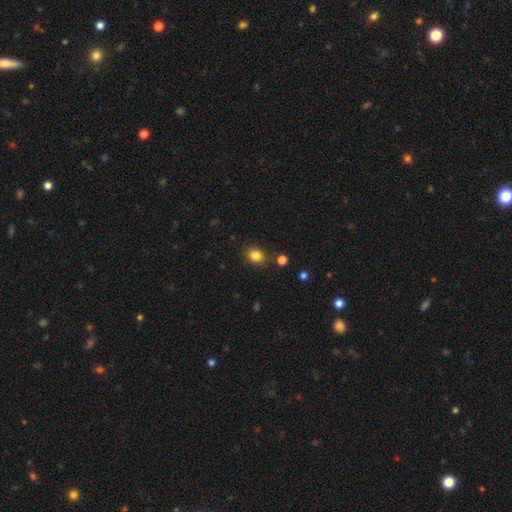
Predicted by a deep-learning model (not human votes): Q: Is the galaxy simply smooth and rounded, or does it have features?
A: smooth — 83%.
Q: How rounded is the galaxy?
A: round — 51%.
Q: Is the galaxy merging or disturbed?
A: none — 78%.